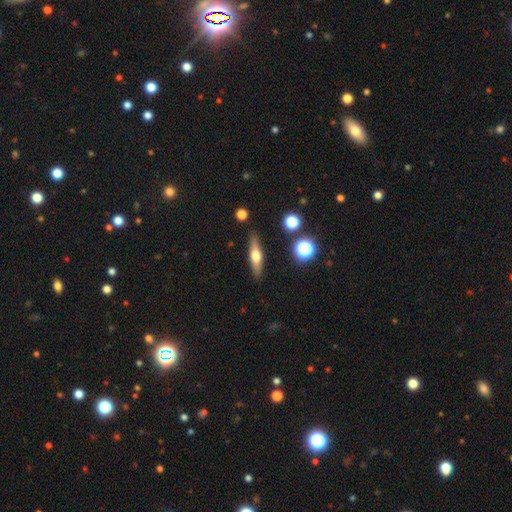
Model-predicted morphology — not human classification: Q: Smooth or featured?
A: featured or disk (49%); runner-up: smooth (43%)
Q: Merging?
A: none (87%); runner-up: minor disturbance (9%)